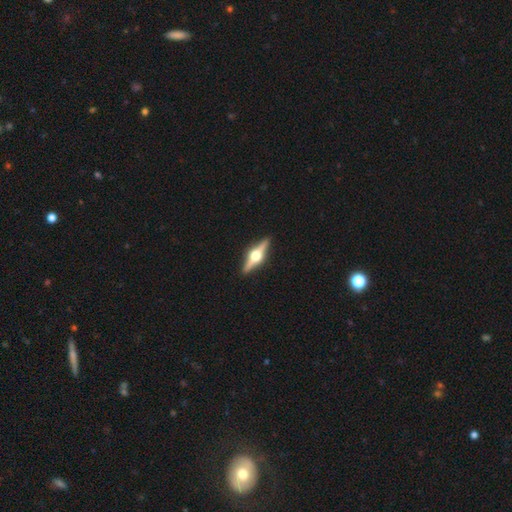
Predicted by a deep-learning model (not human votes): This is clearly a featured or disk galaxy (84%). It is clearly viewed edge-on (98%). Edge-on bulge: clearly rounded (96%). Merging: clearly none (92%).